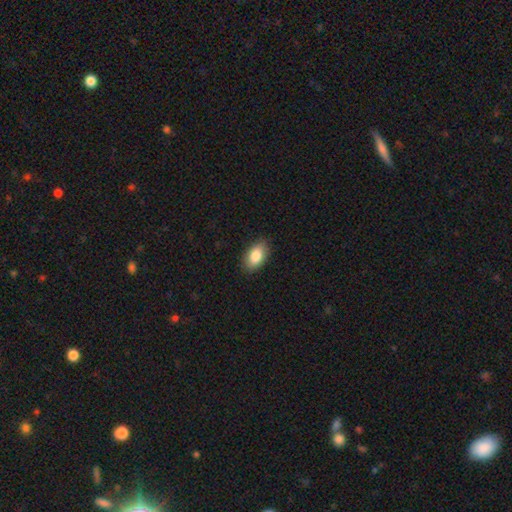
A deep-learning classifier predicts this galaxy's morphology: Smooth or featured? smooth (86%)
How rounded? in between (92%)
Merging? none (87%)